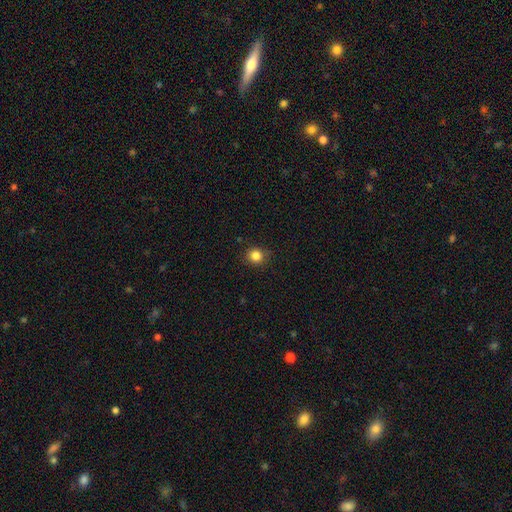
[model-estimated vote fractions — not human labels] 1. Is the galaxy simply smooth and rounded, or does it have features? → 84% smooth, 11% star or artifact, 5% featured or disk.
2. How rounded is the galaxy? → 87% round, 12% in between, 1% cigar-shaped.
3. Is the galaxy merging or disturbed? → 87% none, 10% minor disturbance, 2% major disturbance, 1% merger.